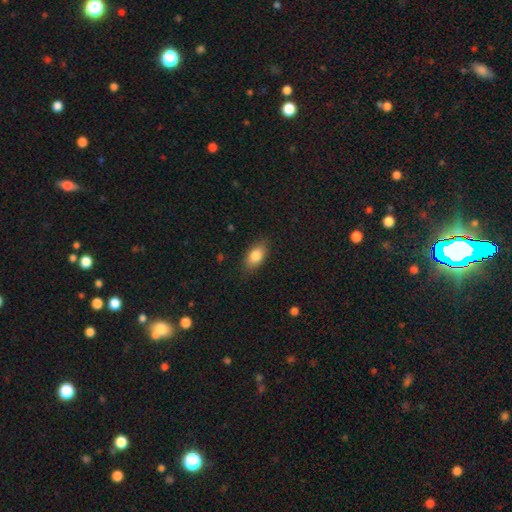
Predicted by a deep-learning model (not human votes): This is clearly a smooth galaxy (84%). How rounded: clearly in between (88%). Merging: clearly none (84%).